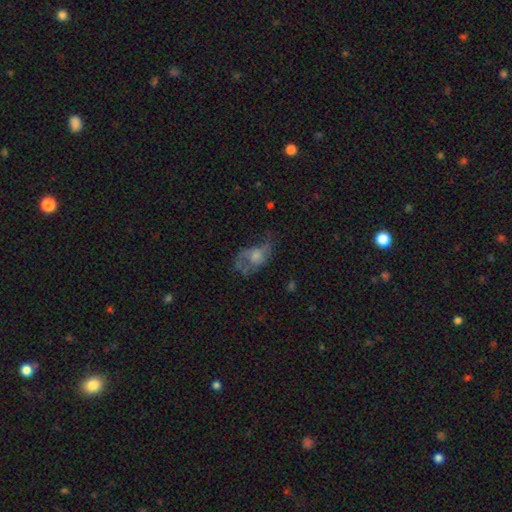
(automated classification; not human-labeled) A featured or disk galaxy (53%) with no bar (79%), spiral arms (58%) and a moderate central bulge (46%). Merging: major disturbance (37%).